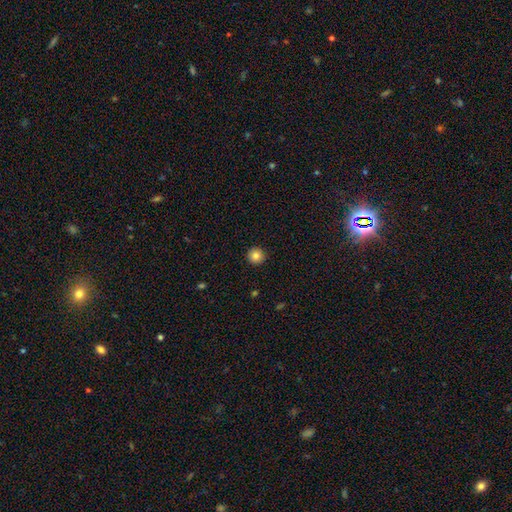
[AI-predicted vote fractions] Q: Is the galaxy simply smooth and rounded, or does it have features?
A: smooth — 84%.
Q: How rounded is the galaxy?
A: round — 96%.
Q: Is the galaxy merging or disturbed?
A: none — 93%.